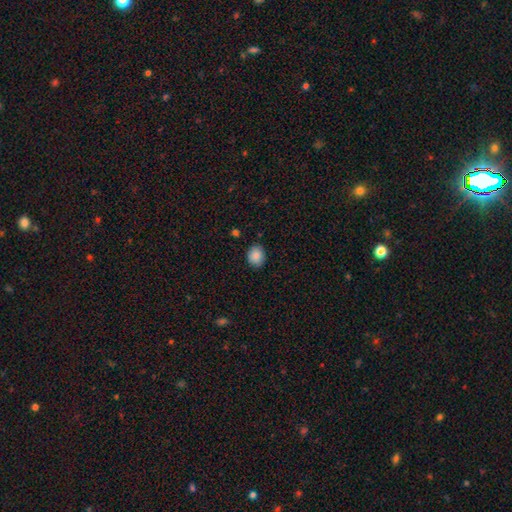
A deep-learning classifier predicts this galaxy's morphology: This is clearly a smooth galaxy (87%). How rounded: possibly round (54%). Merging: clearly none (86%).